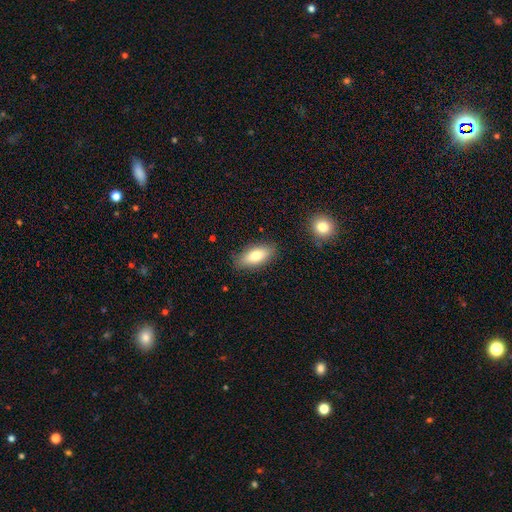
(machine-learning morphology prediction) Q: Smooth or featured?
A: smooth (76%); runner-up: featured or disk (17%)
Q: How rounded?
A: in between (81%); runner-up: cigar-shaped (16%)
Q: Merging?
A: none (86%); runner-up: minor disturbance (10%)